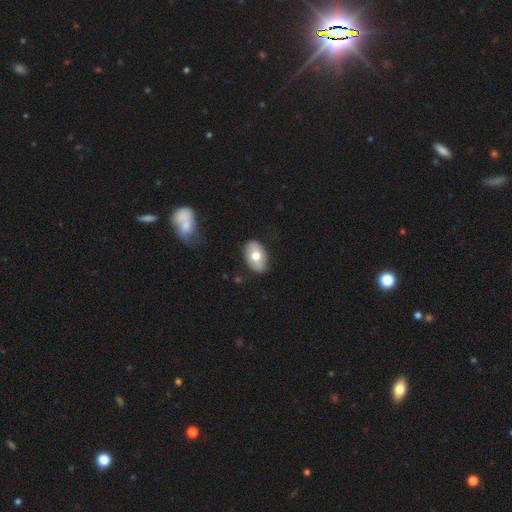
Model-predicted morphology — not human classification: Q: Smooth or featured?
A: smooth (67%); runner-up: featured or disk (27%)
Q: How rounded?
A: in between (89%); runner-up: round (10%)
Q: Merging?
A: none (83%); runner-up: minor disturbance (13%)